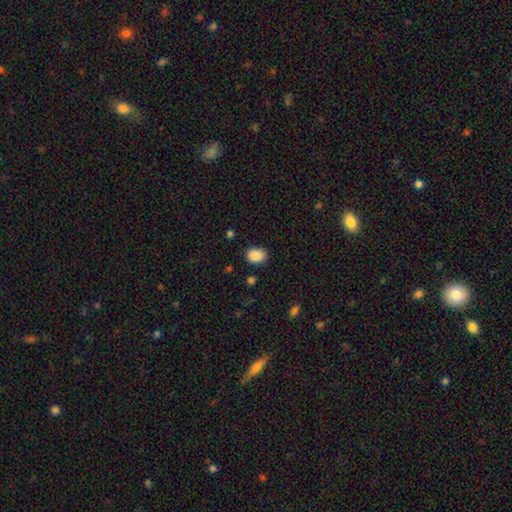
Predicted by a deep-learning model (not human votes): Morphology: type=smooth (89%); roundness=in between (64%); merging=none (83%).